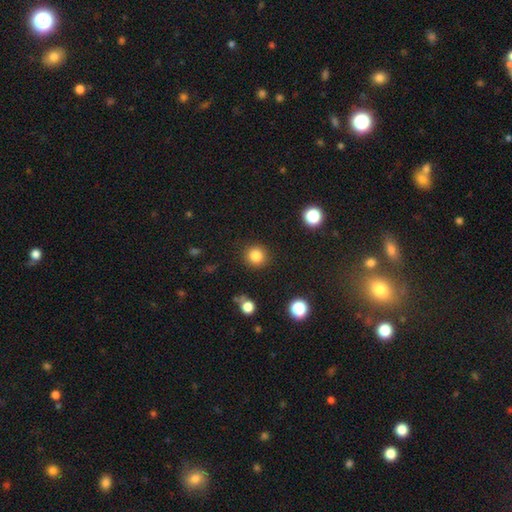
Smooth or featured?
  - smooth: 79% *
  - featured or disk: 13%
  - star or artifact: 8%
How rounded?
  - round: 97% *
  - in between: 3%
  - cigar-shaped: 0%
Merging?
  - none: 89% *
  - minor disturbance: 6%
  - major disturbance: 6%
  - merger: 0%